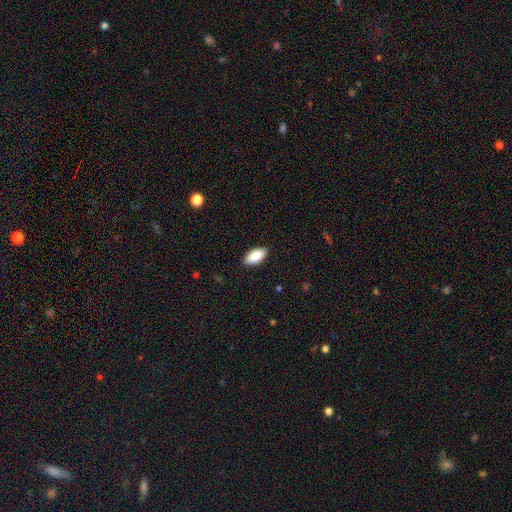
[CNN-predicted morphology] Smooth or featured? Predicted: smooth (p=0.88). How rounded? Predicted: in between (p=0.92). Merging? Predicted: none (p=0.89).